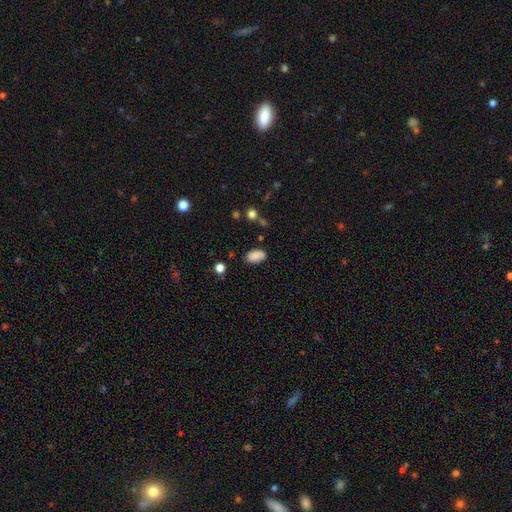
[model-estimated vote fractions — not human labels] Smooth or featured?
  - smooth: 86% *
  - star or artifact: 9%
  - featured or disk: 5%
How rounded?
  - in between: 93% *
  - round: 5%
  - cigar-shaped: 2%
Merging?
  - none: 80% *
  - minor disturbance: 14%
  - major disturbance: 3%
  - merger: 2%